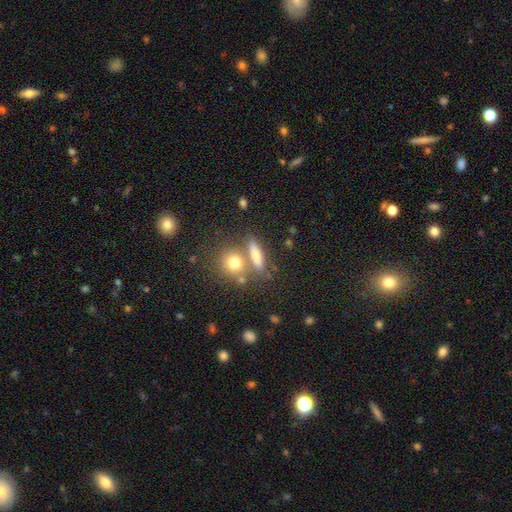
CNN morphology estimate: Smooth or featured? Predicted: smooth (p=0.65). How rounded? Predicted: cigar-shaped (p=0.38). Merging? Predicted: none (p=0.62).